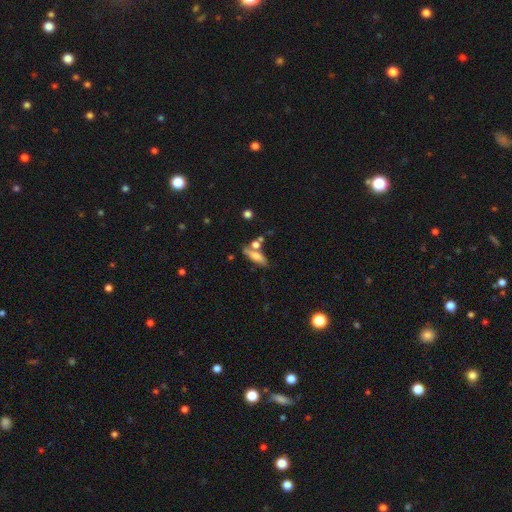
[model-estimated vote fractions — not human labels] Smooth or featured: smooth — 66% (featured or disk — 25%)
How rounded: cigar-shaped — 50% (in between — 46%)
Merging: none — 57% (merger — 20%)